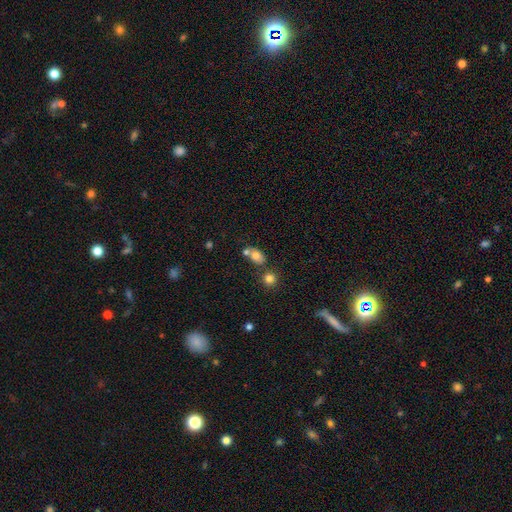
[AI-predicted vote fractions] The model was most divided on "merging": none: 46%, merger: 35%, minor disturbance: 13%, major disturbance: 5%. More confident: smooth or featured — smooth (77%); how rounded — in between (70%).